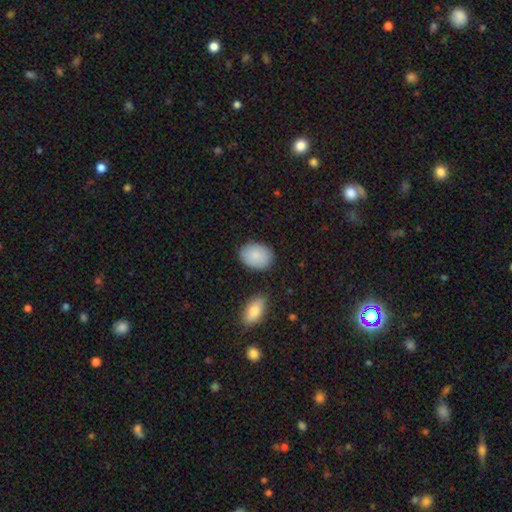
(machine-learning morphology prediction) smooth_or_featured: smooth (p=0.87) [alt: featured or disk p=0.07]
how_rounded: in between (p=0.76) [alt: round p=0.23]
merging: none (p=0.80) [alt: minor disturbance p=0.14]